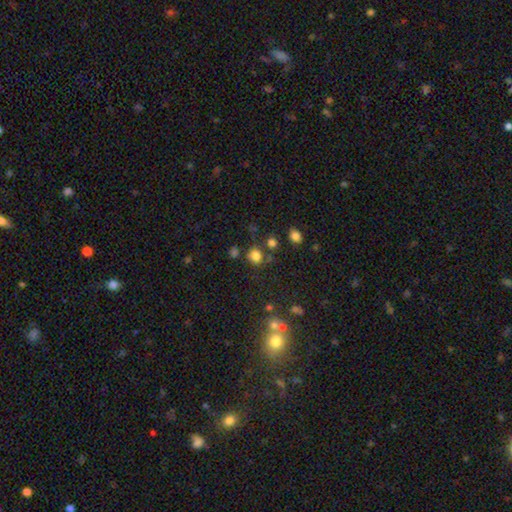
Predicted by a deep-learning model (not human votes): smooth 80%, star or artifact 15%, featured or disk 6%. Down the decision tree: how rounded — round (82%); merging — none (76%).